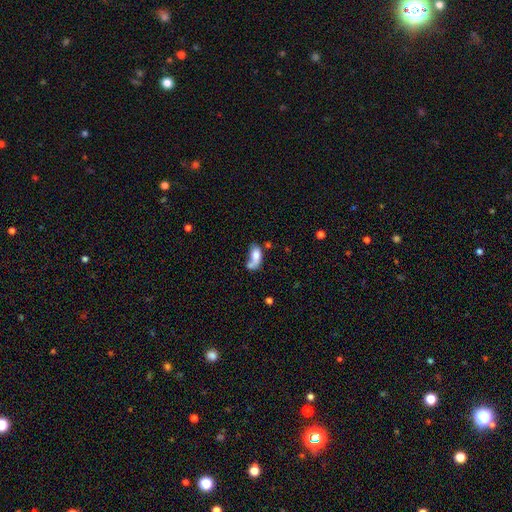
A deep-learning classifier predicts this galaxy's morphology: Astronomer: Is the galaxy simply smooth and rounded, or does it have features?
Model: smooth — 69%.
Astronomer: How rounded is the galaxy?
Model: in between — 86%.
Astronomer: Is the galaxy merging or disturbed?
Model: merger — 42% (runner-up: none, 23%).